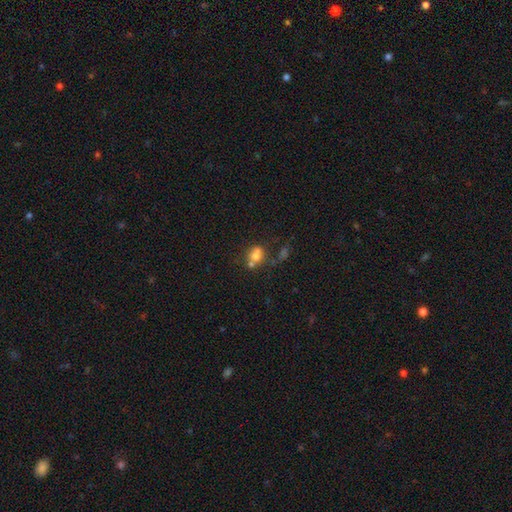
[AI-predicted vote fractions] smooth-or-featured: smooth: 67% | featured or disk: 19% | star or artifact: 14%
  how-rounded: round: 65% | in between: 34% | cigar-shaped: 1%
  merging: merger: 43% | none: 38% | minor disturbance: 12% | major disturbance: 7%